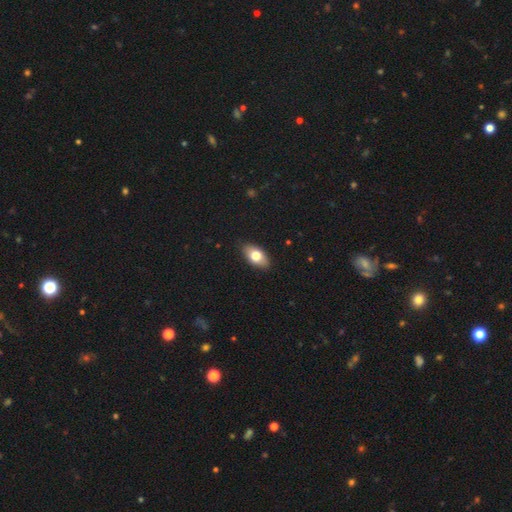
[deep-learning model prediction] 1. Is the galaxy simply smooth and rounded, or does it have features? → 75% smooth, 18% featured or disk, 7% star or artifact.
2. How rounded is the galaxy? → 91% in between, 5% round, 4% cigar-shaped.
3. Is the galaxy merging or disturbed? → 87% none, 10% minor disturbance, 2% major disturbance, 1% merger.